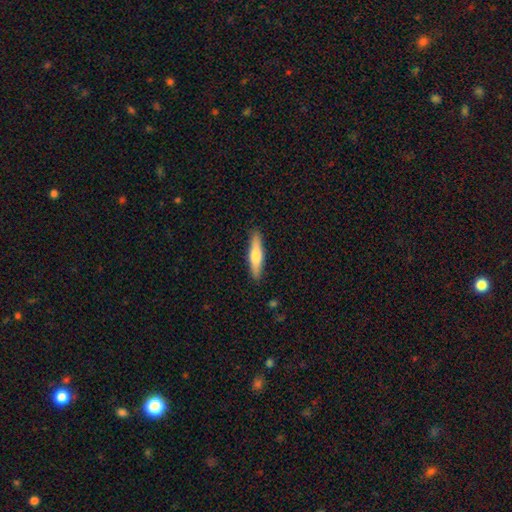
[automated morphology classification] A smooth galaxy with no disk features (60%) that is cigar-shaped (82%).

Vote fractions:
- Smooth or featured? smooth: 60% / featured or disk: 34% / star or artifact: 5%
- How rounded? cigar-shaped: 82% / in between: 16% / round: 2%
- Merging? none: 89% / minor disturbance: 8% / major disturbance: 2% / merger: 1%